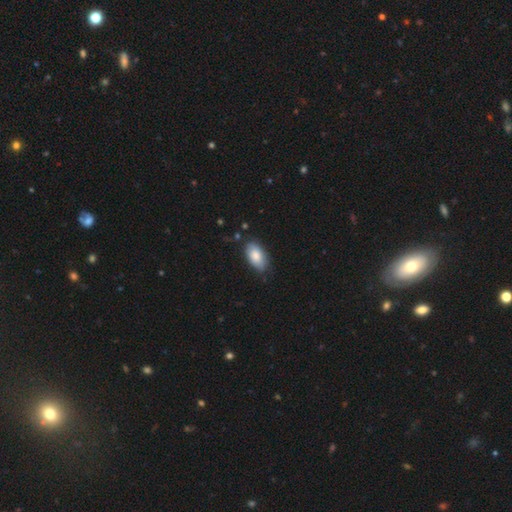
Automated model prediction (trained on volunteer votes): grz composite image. It shows a smooth galaxy with no disk features (84%) that is in between round and cigar-shaped (94%). Merging: none (77%).